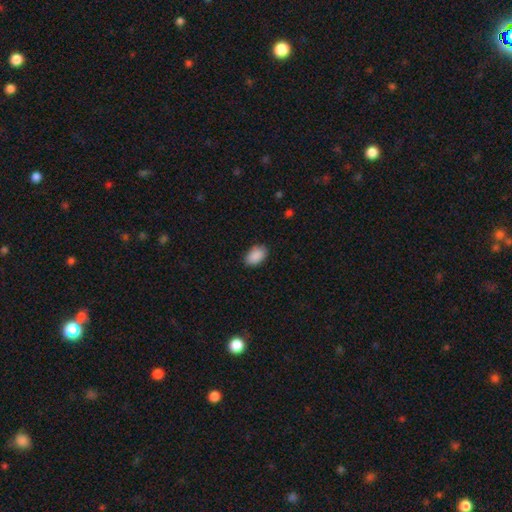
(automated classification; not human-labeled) smooth_or_featured: smooth (p=0.91) [alt: star or artifact p=0.07]
how_rounded: in between (p=0.91) [alt: round p=0.08]
merging: none (p=0.86) [alt: minor disturbance p=0.10]